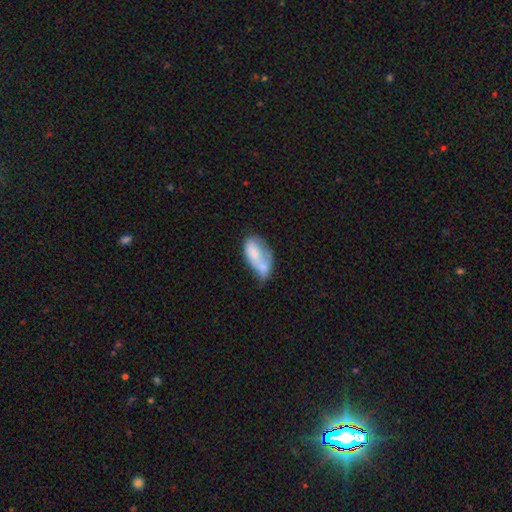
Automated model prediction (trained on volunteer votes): Morphology: type=smooth (65%); roundness=in between (90%); merging=merger (42%).